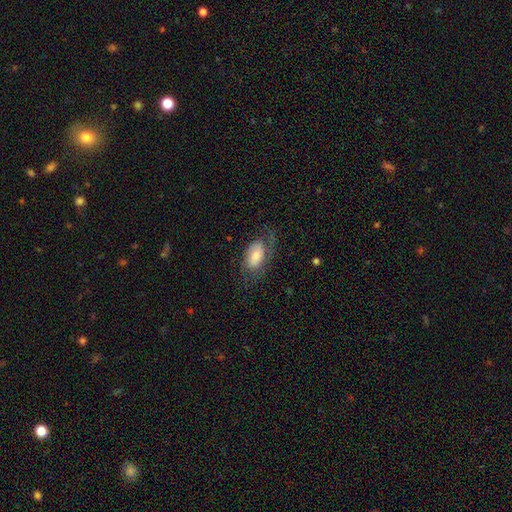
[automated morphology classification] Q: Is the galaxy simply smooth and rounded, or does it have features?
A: featured or disk — 47%.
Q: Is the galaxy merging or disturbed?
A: none — 55%.